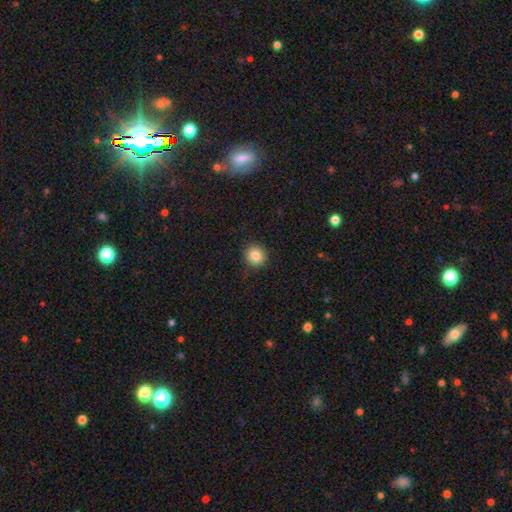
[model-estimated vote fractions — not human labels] A smooth galaxy with no disk features (84%) that is round (88%).

Vote fractions:
- Smooth or featured? smooth: 84% / star or artifact: 10% / featured or disk: 6%
- How rounded? round: 88% / in between: 11% / cigar-shaped: 1%
- Merging? none: 89% / minor disturbance: 8% / major disturbance: 2% / merger: 1%